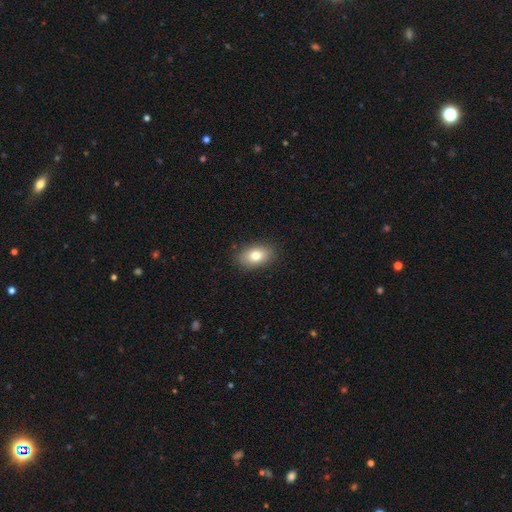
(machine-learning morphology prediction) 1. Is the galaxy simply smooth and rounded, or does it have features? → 78% smooth, 13% featured or disk, 9% star or artifact.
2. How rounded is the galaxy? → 87% in between, 11% round, 2% cigar-shaped.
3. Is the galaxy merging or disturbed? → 88% none, 9% minor disturbance, 2% major disturbance, 1% merger.